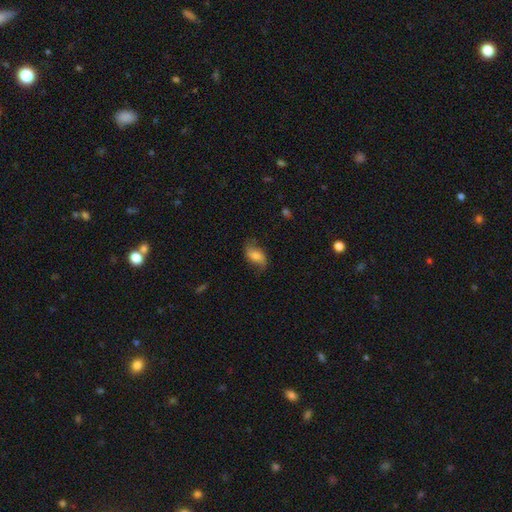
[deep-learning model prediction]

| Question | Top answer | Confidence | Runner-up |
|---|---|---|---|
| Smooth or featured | smooth | 53% | featured or disk (39%) |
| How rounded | in between | 89% | round (8%) |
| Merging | none | 65% | minor disturbance (24%) |